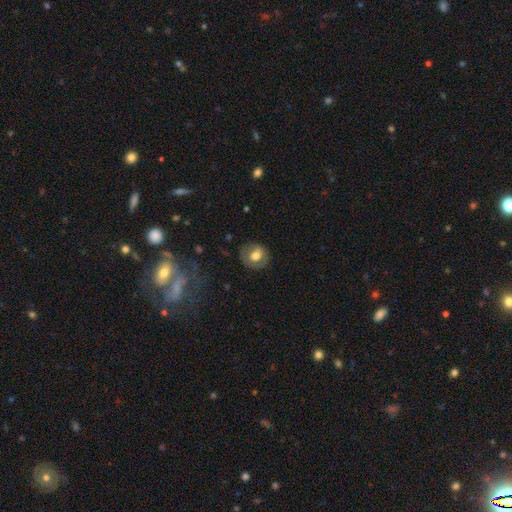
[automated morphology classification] Q: Smooth or featured?
A: smooth (59%); runner-up: featured or disk (33%)
Q: How rounded?
A: round (78%); runner-up: in between (21%)
Q: Merging?
A: none (79%); runner-up: minor disturbance (15%)